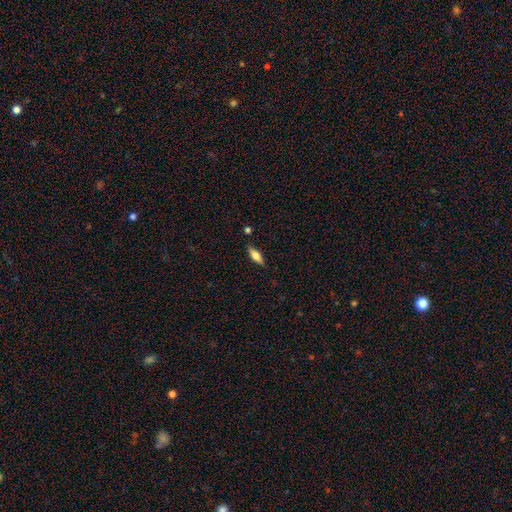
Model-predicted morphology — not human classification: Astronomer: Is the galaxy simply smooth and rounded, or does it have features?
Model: smooth — 58% (runner-up: featured or disk, 35%).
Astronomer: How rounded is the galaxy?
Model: in between — 53% (runner-up: cigar-shaped, 45%).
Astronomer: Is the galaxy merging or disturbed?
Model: none — 85%.